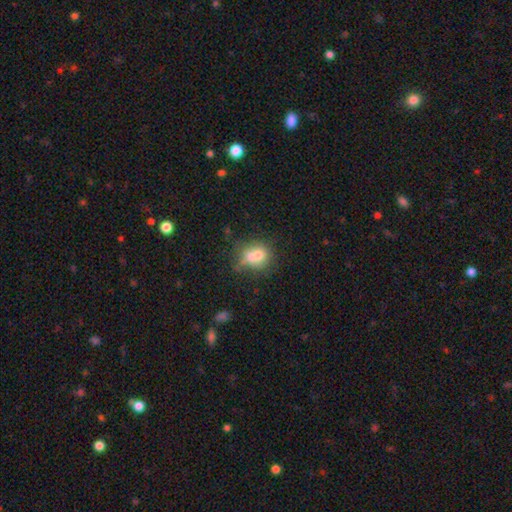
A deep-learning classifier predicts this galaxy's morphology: smooth 69%, featured or disk 20%, star or artifact 11%. Down the decision tree: how rounded — round (70%); merging — merger (40%).